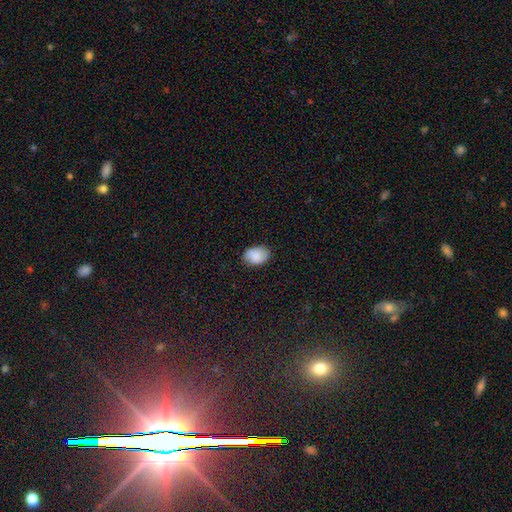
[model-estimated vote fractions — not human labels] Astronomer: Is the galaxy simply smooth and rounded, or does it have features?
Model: smooth — 84%.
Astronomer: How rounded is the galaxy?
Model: in between — 80%.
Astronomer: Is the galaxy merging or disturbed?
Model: none — 79%.